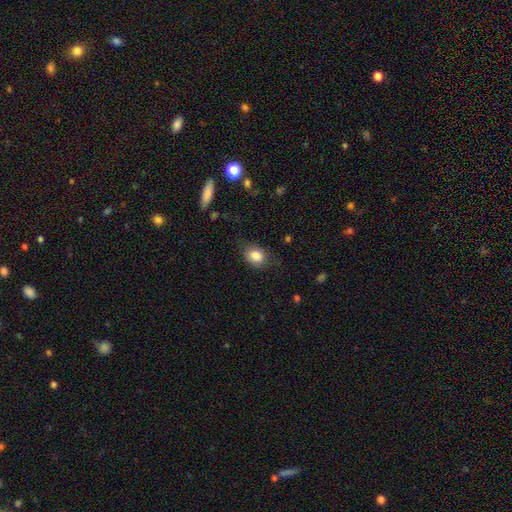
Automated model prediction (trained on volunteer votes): A smooth galaxy with no disk features (83%) that is in between round and cigar-shaped (57%).

Vote fractions:
- Smooth or featured? smooth: 83% / star or artifact: 8% / featured or disk: 8%
- How rounded? in between: 57% / round: 41% / cigar-shaped: 1%
- Merging? none: 69% / minor disturbance: 22% / major disturbance: 7% / merger: 1%